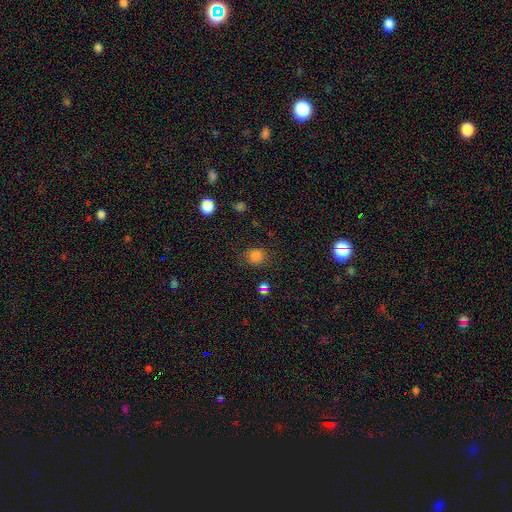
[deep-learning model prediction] Smooth or featured? smooth (78%)
How rounded? round (72%)
Merging? none (82%)